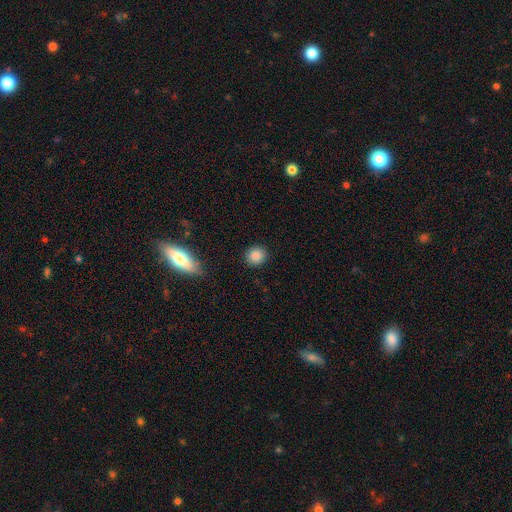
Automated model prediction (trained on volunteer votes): Overall: smooth (86%). How rounded: round (85%). Merging: none (90%).